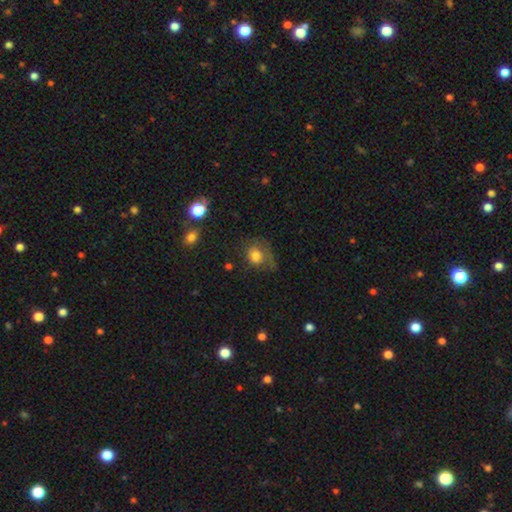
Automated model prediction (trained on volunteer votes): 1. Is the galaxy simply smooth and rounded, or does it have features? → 68% smooth, 20% featured or disk, 12% star or artifact.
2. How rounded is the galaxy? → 52% round, 47% in between, 1% cigar-shaped.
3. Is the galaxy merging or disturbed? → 41% none, 29% major disturbance, 26% minor disturbance, 4% merger.